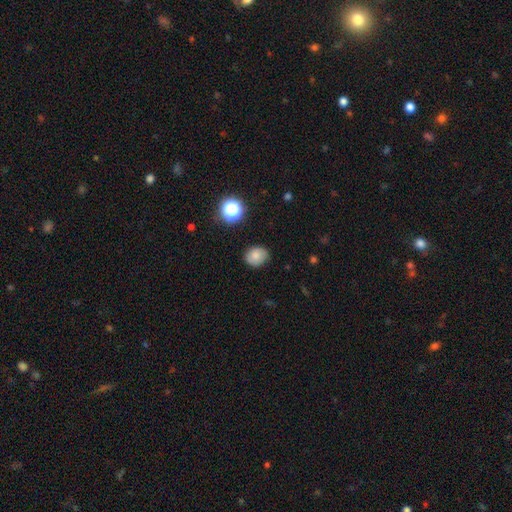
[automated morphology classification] A smooth galaxy with no disk features (79%) that is round (54%).

Vote fractions:
- Smooth or featured? smooth: 79% / star or artifact: 11% / featured or disk: 10%
- How rounded? round: 54% / in between: 45% / cigar-shaped: 1%
- Merging? none: 79% / minor disturbance: 16% / major disturbance: 3% / merger: 1%